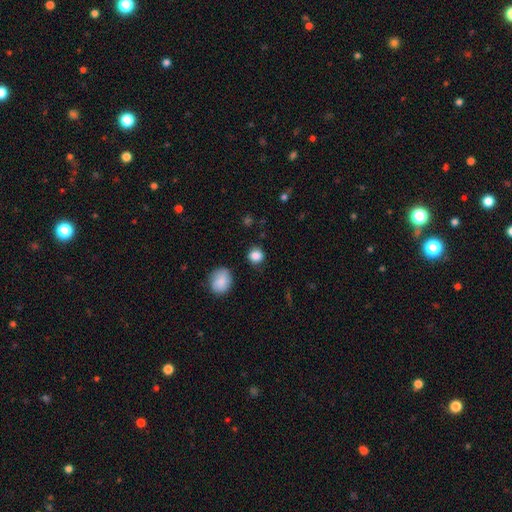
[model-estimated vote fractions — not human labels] smooth_or_featured: smooth (p=0.86) [alt: star or artifact p=0.10]
how_rounded: round (p=0.75) [alt: in between p=0.23]
merging: none (p=0.79) [alt: minor disturbance p=0.15]